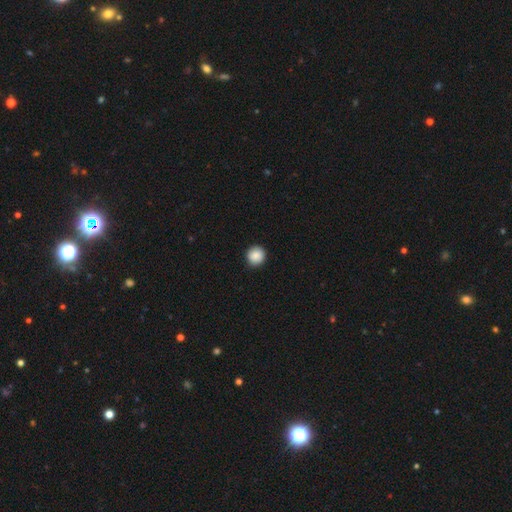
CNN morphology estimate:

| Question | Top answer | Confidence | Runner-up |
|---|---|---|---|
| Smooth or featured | smooth | 89% | star or artifact (8%) |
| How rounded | round | 94% | in between (5%) |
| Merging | none | 91% | minor disturbance (6%) |